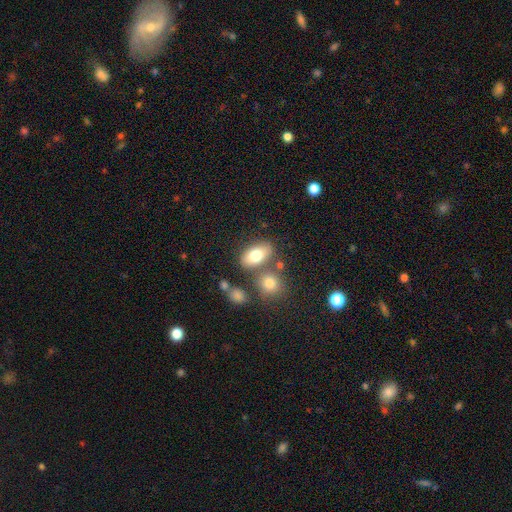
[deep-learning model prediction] Smooth or featured? Predicted: smooth (p=0.76). How rounded? Predicted: in between (p=0.87). Merging? Predicted: none (p=0.65).